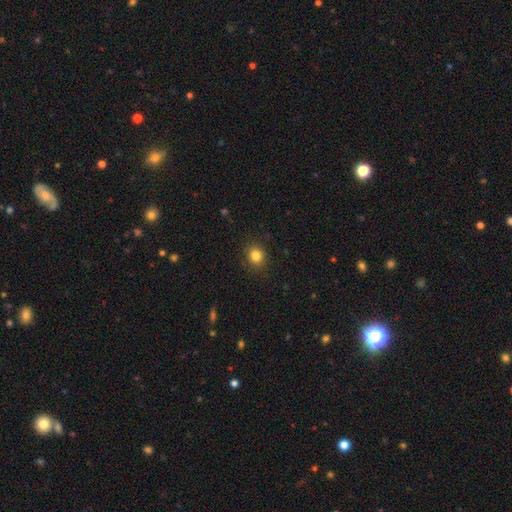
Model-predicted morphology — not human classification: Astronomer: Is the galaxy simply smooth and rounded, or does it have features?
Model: smooth — 83%.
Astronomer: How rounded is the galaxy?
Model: round — 74%.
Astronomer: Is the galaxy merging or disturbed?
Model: none — 89%.